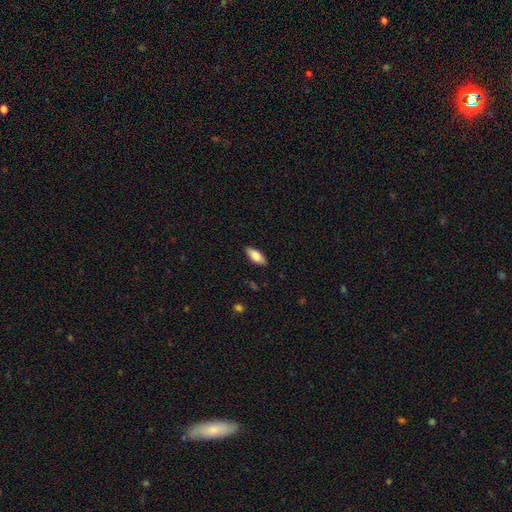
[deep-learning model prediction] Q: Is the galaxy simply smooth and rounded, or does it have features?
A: smooth — 81%.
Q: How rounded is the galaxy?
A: in between — 83%.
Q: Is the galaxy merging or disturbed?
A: none — 86%.